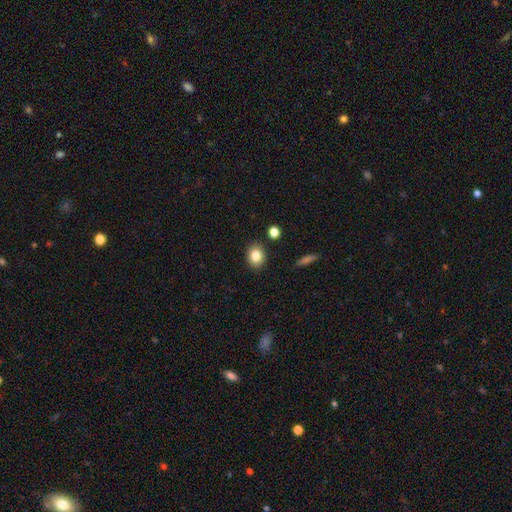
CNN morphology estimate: Smooth or featured? Predicted: smooth (p=0.83). How rounded? Predicted: round (p=0.53). Merging? Predicted: none (p=0.87).